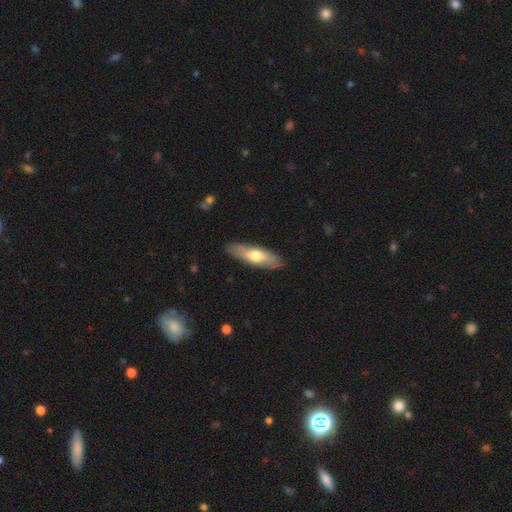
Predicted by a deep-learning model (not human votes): The model was most divided on "how rounded": in between: 51%, cigar-shaped: 47%, round: 2%. More confident: merging — none (85%); smooth or featured — smooth (59%).